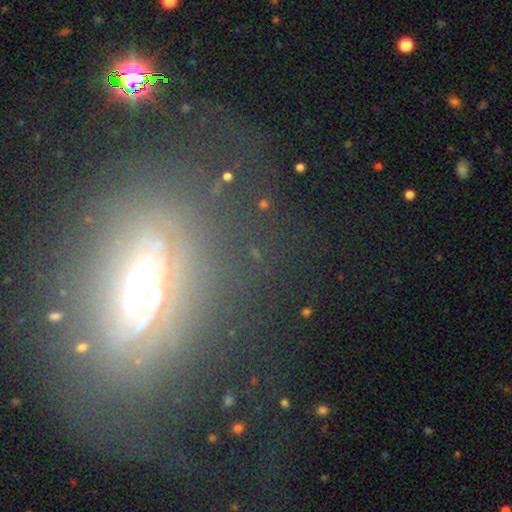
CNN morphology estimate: A featured or disk galaxy (64%). Merging: none (68%).